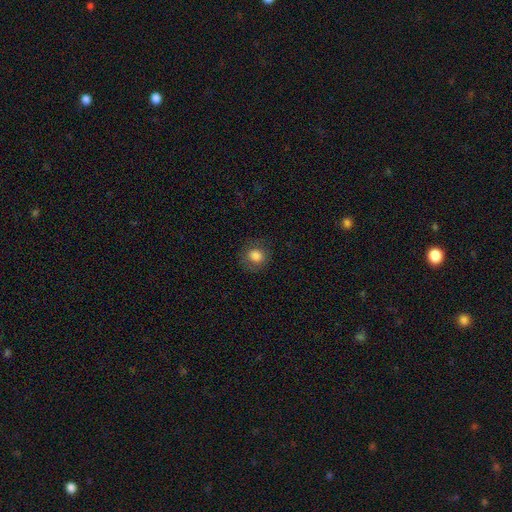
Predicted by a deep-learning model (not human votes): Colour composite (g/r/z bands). It shows a smooth galaxy with no disk features (80%) that is round (80%). Merging: none (79%).